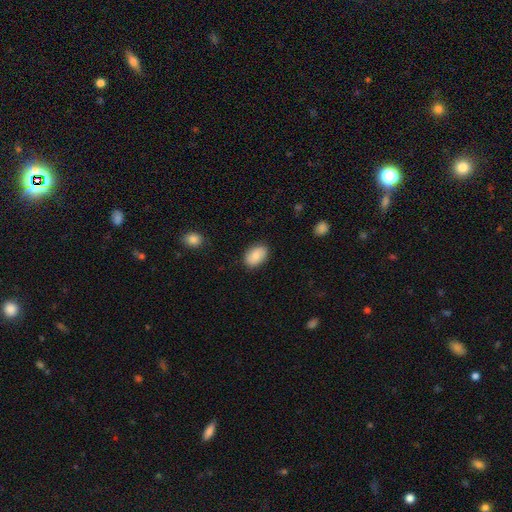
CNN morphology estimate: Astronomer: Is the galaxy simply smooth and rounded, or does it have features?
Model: smooth — 83%.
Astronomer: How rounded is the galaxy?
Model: in between — 86%.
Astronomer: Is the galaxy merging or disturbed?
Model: none — 86%.